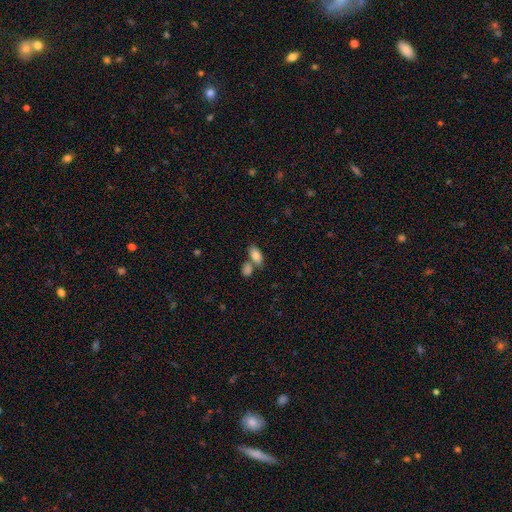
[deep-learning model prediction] smooth_or_featured: smooth (p=0.84) [alt: featured or disk p=0.09]
how_rounded: in between (p=0.89) [alt: cigar-shaped p=0.06]
merging: none (p=0.51) [alt: merger p=0.33]